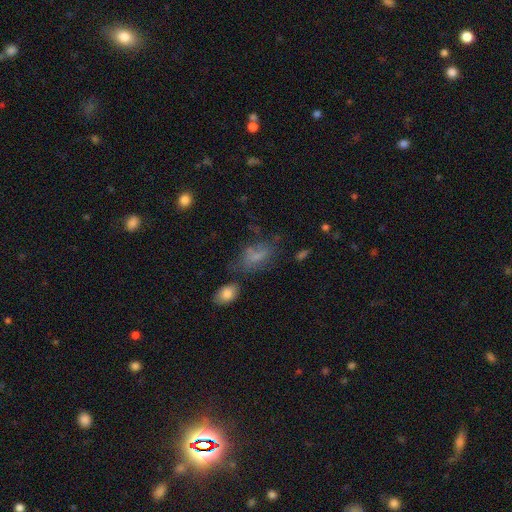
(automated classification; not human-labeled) Smooth or featured? smooth (62%)
How rounded? in between (84%)
Merging? none (43%)